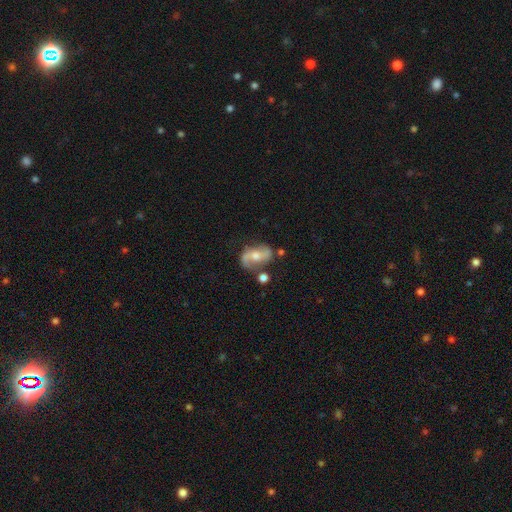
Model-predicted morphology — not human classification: featured or disk 79%, smooth 14%, star or artifact 7%. Down the decision tree: edge-on disk — no (97%); bar — no (47%); spiral arms — yes (92%); spiral arm count — 2 (88%); spiral winding — loose (53%); bulge size — moderate (64%); merging — none (62%).